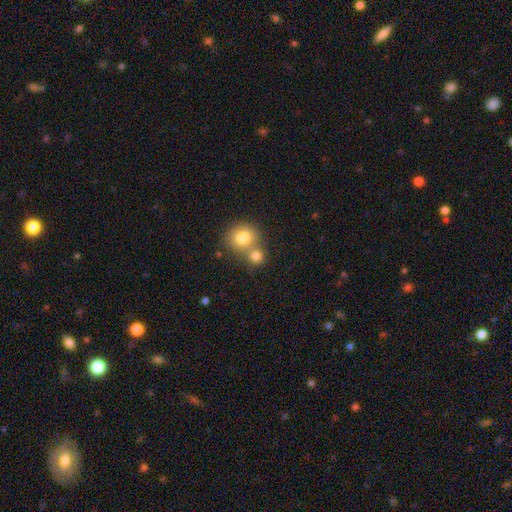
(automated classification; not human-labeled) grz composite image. It shows a smooth galaxy with no disk features (79%) that is round (84%). Merging: merger (46%).